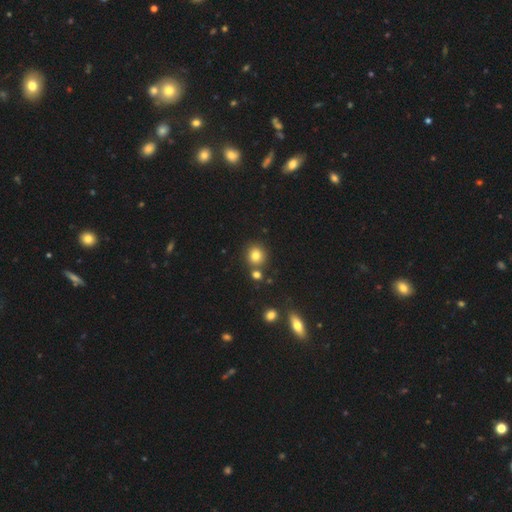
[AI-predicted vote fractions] Morphology: type=smooth (79%); roundness=round (86%); merging=none (75%).